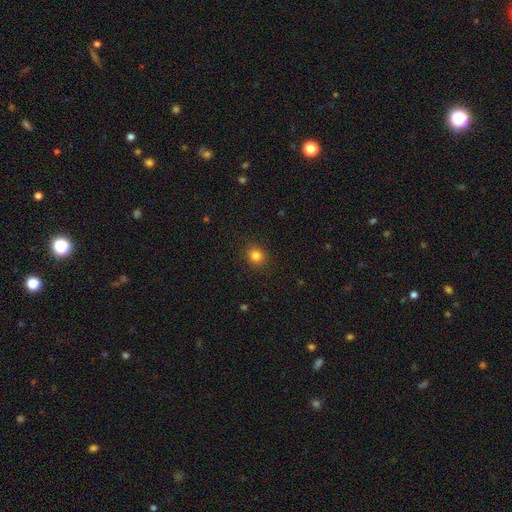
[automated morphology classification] Smooth or featured?
  - smooth: 83% *
  - star or artifact: 12%
  - featured or disk: 5%
How rounded?
  - round: 81% *
  - in between: 18%
  - cigar-shaped: 1%
Merging?
  - none: 90% *
  - minor disturbance: 7%
  - major disturbance: 2%
  - merger: 1%